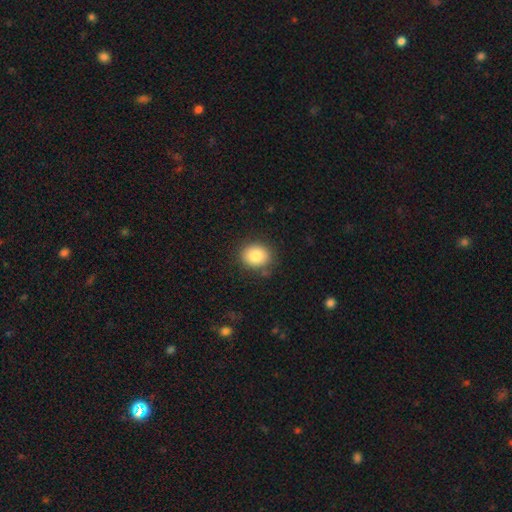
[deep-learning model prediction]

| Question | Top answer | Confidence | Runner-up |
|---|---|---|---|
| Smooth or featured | smooth | 84% | star or artifact (9%) |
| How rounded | round | 68% | in between (32%) |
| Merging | none | 86% | minor disturbance (10%) |